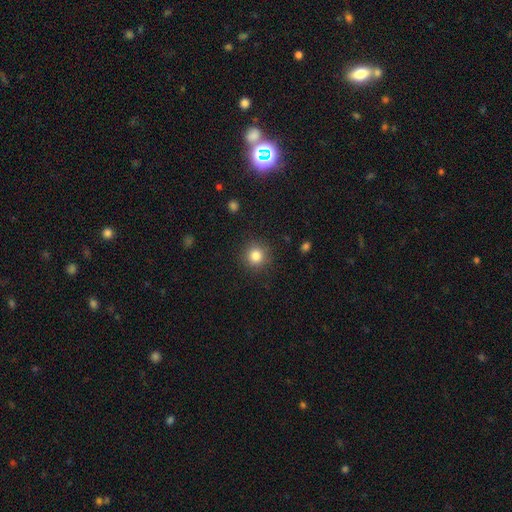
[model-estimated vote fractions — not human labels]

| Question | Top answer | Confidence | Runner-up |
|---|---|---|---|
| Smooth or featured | smooth | 83% | star or artifact (11%) |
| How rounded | round | 93% | in between (6%) |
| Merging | none | 89% | minor disturbance (7%) |